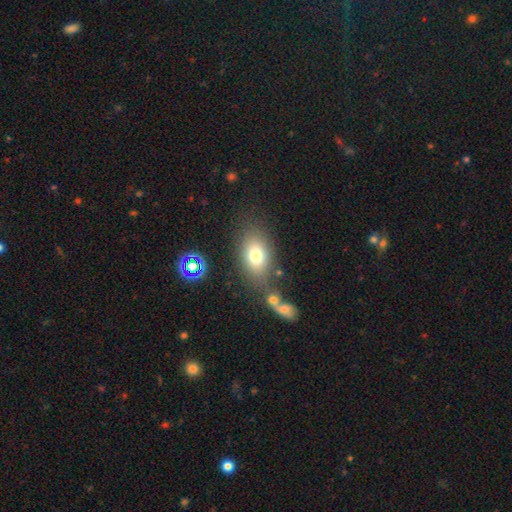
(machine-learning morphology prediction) Smooth or featured: smooth — 75% (featured or disk — 14%)
How rounded: in between — 80% (round — 18%)
Merging: none — 66% (minor disturbance — 14%)